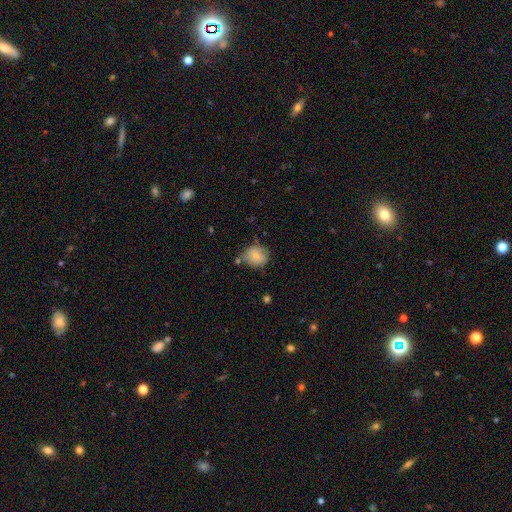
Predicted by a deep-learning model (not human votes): Smooth or featured? smooth (73%)
How rounded? round (59%)
Merging? none (54%)